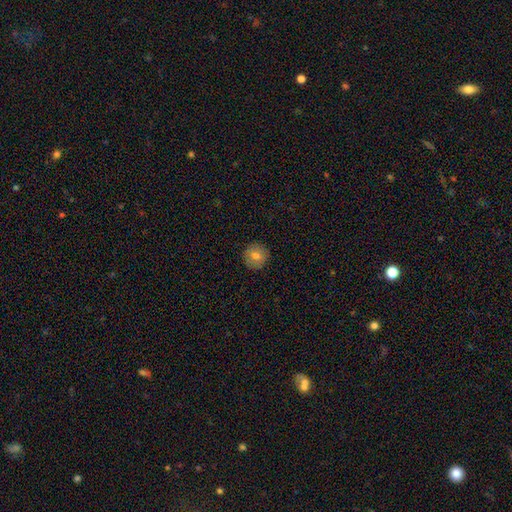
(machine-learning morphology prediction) Smooth or featured? smooth (76%)
How rounded? round (93%)
Merging? none (90%)